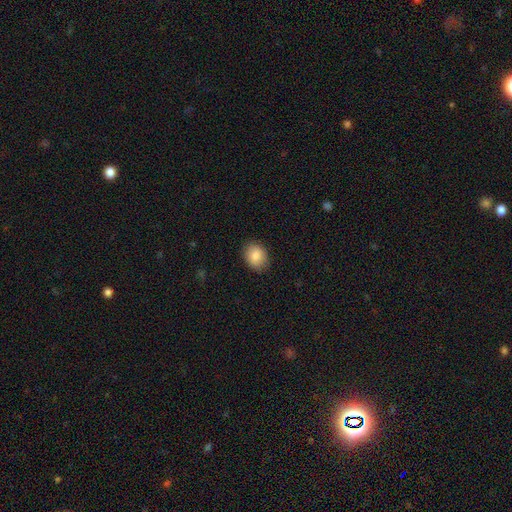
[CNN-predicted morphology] Smooth or featured: smooth — 85% (star or artifact — 8%)
How rounded: in between — 59% (round — 40%)
Merging: none — 87% (minor disturbance — 10%)